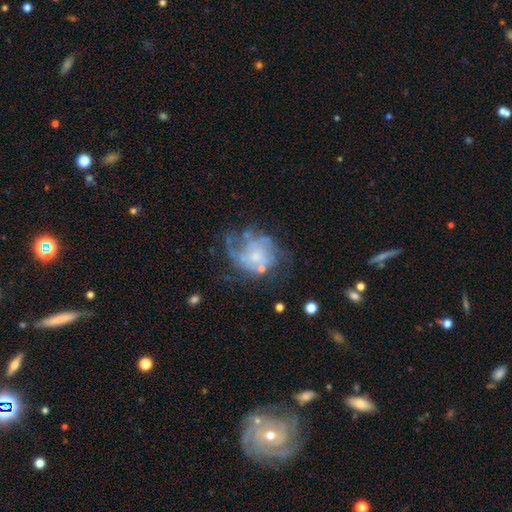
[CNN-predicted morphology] Smooth or featured? Predicted: featured or disk (p=0.68). Edge-on disk? Predicted: no (p=0.98). Bar? Predicted: no (p=0.80). Spiral arms? Predicted: yes (p=0.60). Bulge size? Predicted: small (p=0.46). Merging? Predicted: none (p=0.43).